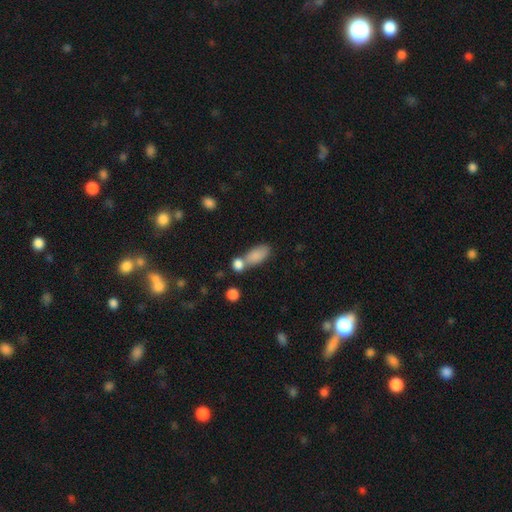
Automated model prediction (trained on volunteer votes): smooth-or-featured: smooth: 85% | featured or disk: 8% | star or artifact: 8%
  how-rounded: in between: 87% | cigar-shaped: 7% | round: 5%
  merging: none: 44% | merger: 38% | minor disturbance: 13% | major disturbance: 6%